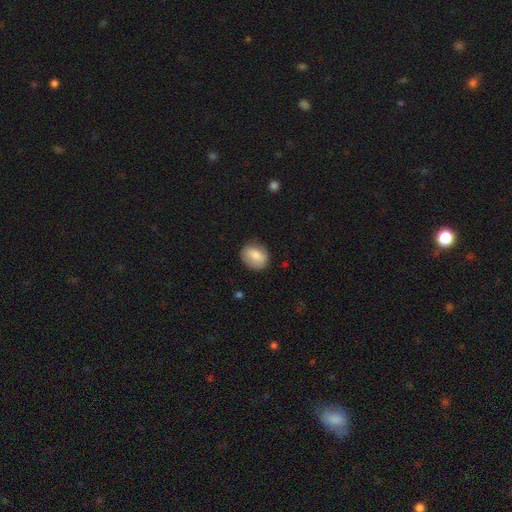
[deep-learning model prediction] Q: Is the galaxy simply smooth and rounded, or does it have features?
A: smooth — 78%.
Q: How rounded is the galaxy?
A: round — 50%.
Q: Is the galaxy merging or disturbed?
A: none — 80%.